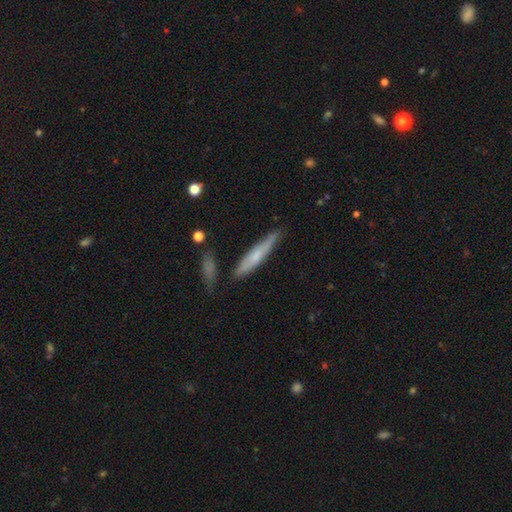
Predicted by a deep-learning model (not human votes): This appears to be a smooth galaxy with no disk features (58%) that is cigar-shaped (89%). Merging: none (76%).